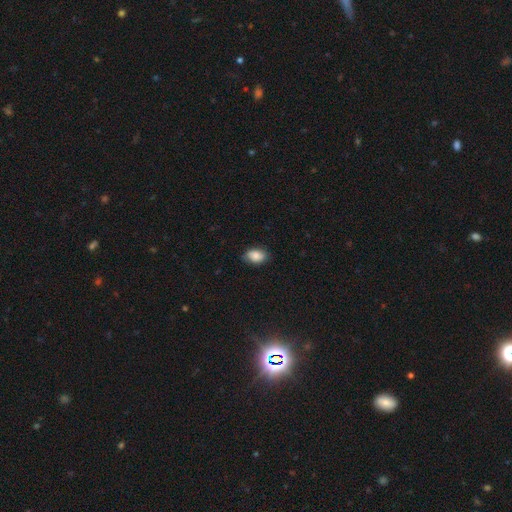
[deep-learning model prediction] A smooth galaxy with no disk features (82%) that is in between round and cigar-shaped (88%).

Vote fractions:
- Smooth or featured? smooth: 82% / featured or disk: 10% / star or artifact: 8%
- How rounded? in between: 88% / round: 11% / cigar-shaped: 2%
- Merging? none: 78% / minor disturbance: 18% / major disturbance: 3% / merger: 1%